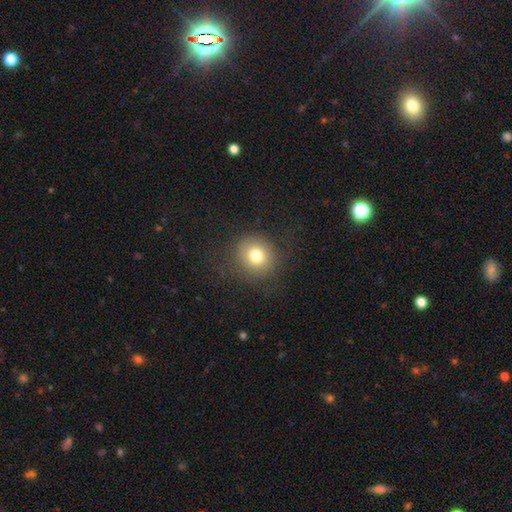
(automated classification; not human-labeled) This appears to be a smooth galaxy with no disk features (77%) that is round (91%). Merging: none (84%).